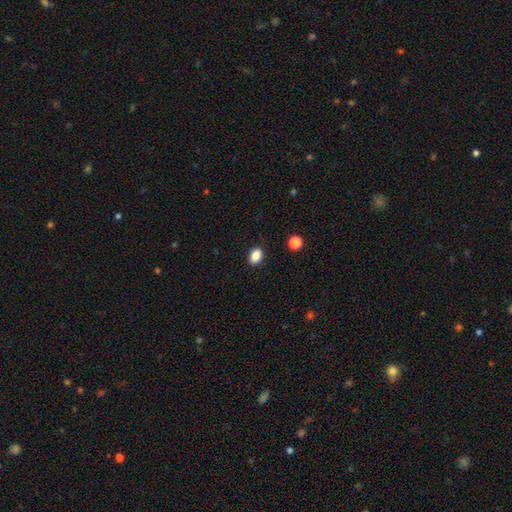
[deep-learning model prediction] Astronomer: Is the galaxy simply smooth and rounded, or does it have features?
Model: smooth — 87%.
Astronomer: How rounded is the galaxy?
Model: in between — 77%.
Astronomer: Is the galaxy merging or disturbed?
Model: none — 89%.